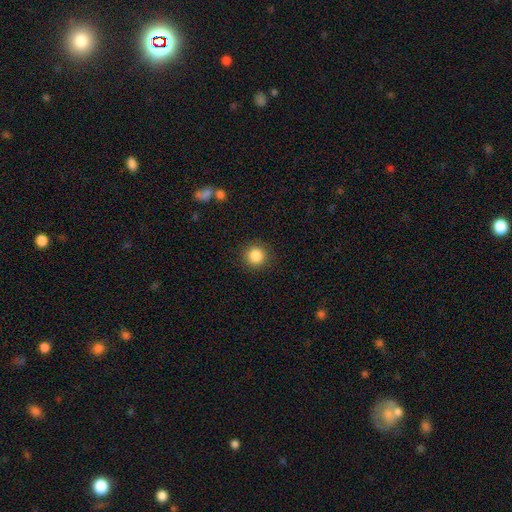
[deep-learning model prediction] Smooth or featured?
  - smooth: 85% *
  - star or artifact: 10%
  - featured or disk: 4%
How rounded?
  - round: 94% *
  - in between: 5%
  - cigar-shaped: 1%
Merging?
  - none: 90% *
  - minor disturbance: 6%
  - major disturbance: 2%
  - merger: 1%